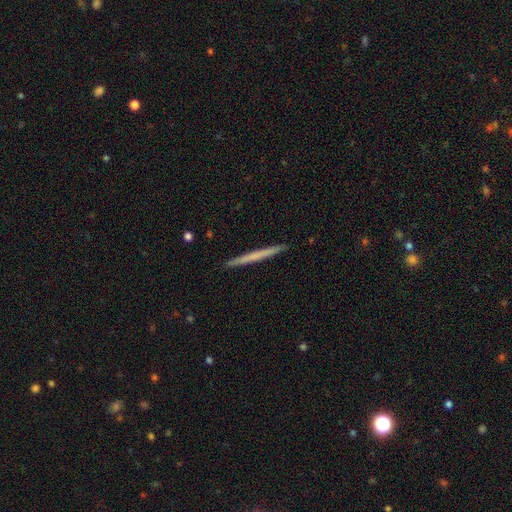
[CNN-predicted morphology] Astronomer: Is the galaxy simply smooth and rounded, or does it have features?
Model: smooth — 53% (runner-up: featured or disk, 42%).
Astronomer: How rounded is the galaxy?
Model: cigar-shaped — 97%.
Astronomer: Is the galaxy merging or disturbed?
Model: none — 93%.